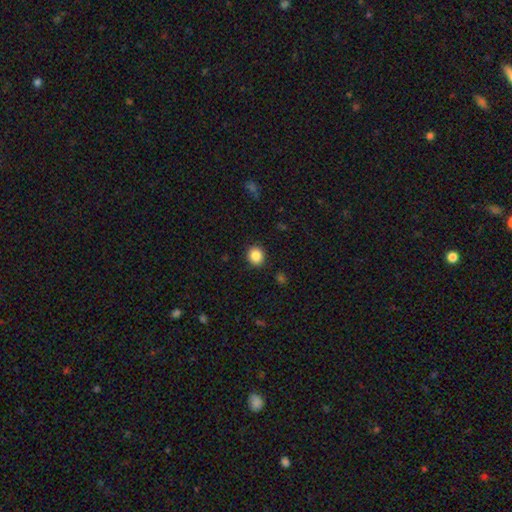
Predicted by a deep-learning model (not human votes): A smooth galaxy with no disk features (85%) that is round (83%).

Vote fractions:
- Smooth or featured? smooth: 85% / star or artifact: 10% / featured or disk: 5%
- How rounded? round: 83% / in between: 16% / cigar-shaped: 1%
- Merging? none: 90% / minor disturbance: 7% / major disturbance: 2% / merger: 1%